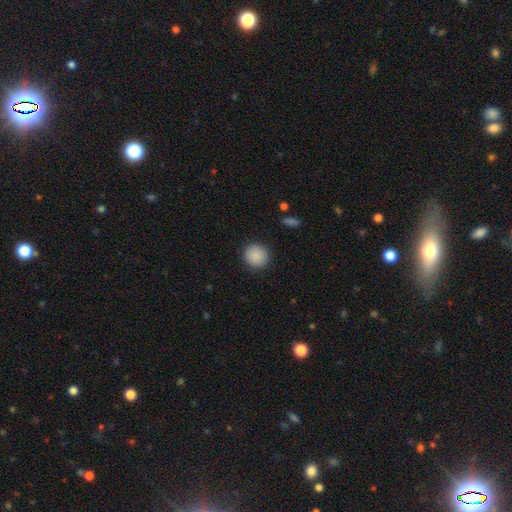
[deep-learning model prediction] Q: Smooth or featured?
A: smooth (89%); runner-up: star or artifact (8%)
Q: How rounded?
A: round (93%); runner-up: in between (6%)
Q: Merging?
A: none (91%); runner-up: minor disturbance (6%)